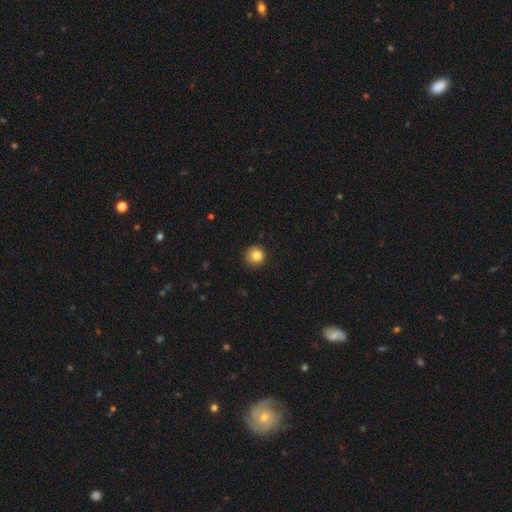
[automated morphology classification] Overall: smooth (84%). How rounded: round (94%). Merging: none (87%).